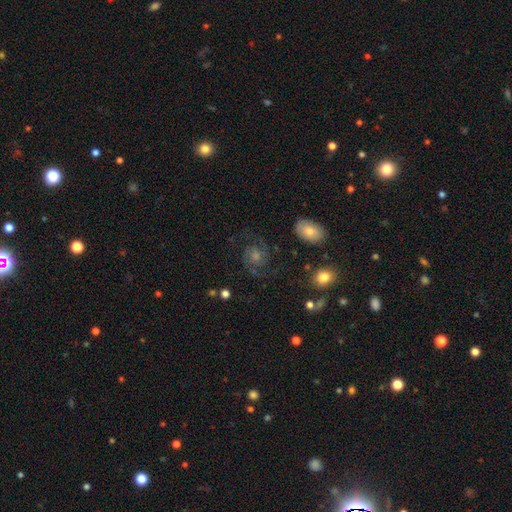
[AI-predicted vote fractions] smooth_or_featured: featured or disk (p=0.74) [alt: star or artifact p=0.14]
disk_edge_on: no (p=0.98) [alt: yes p=0.02]
bar: no (p=0.68) [alt: weak p=0.27]
has_spiral_arms: yes (p=0.96) [alt: no p=0.04]
spiral_winding: medium (p=0.51) [alt: tight p=0.33]
spiral_arm_count: 2 (p=0.83) [alt: can't tell p=0.07]
bulge_size: moderate (p=0.46) [alt: small p=0.38]
merging: none (p=0.76) [alt: minor disturbance p=0.13]